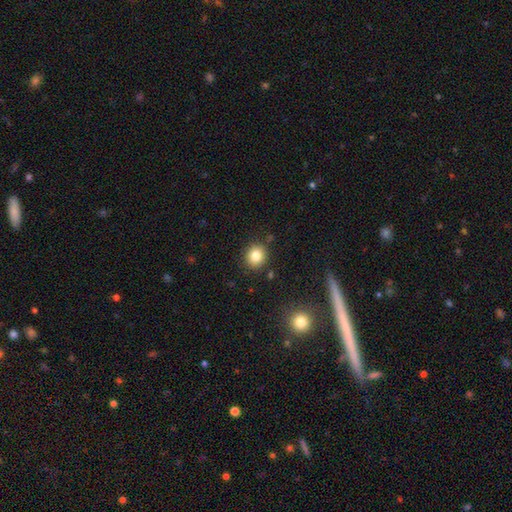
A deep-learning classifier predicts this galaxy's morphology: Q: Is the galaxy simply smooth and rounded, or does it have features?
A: smooth — 81%.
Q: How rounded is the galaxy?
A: round — 83%.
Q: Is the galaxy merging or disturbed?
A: none — 87%.